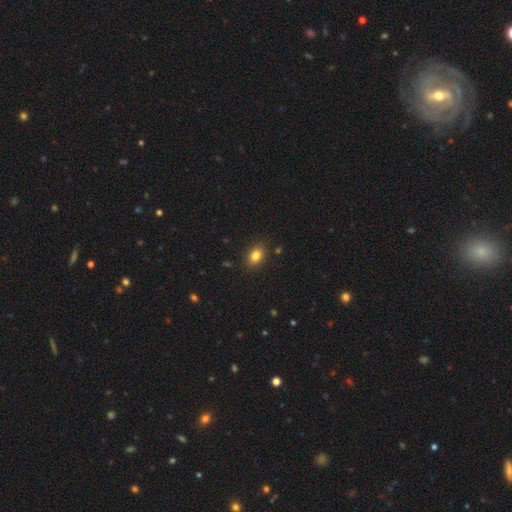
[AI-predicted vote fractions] Smooth or featured?
  - smooth: 82% *
  - star or artifact: 10%
  - featured or disk: 7%
How rounded?
  - in between: 76% *
  - round: 23%
  - cigar-shaped: 1%
Merging?
  - none: 87% *
  - minor disturbance: 9%
  - major disturbance: 2%
  - merger: 2%